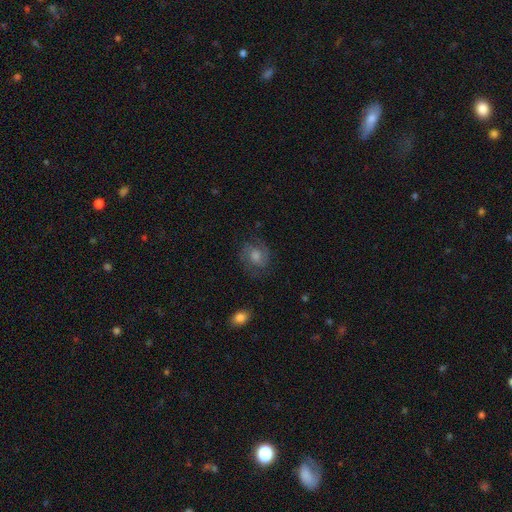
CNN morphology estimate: Smooth or featured: featured or disk — 61% (smooth — 26%)
Edge-on disk: no — 97% (yes — 3%)
Bar: no — 56% (weak — 37%)
Spiral arms: yes — 91% (no — 9%)
Spiral winding: medium — 47% (tight — 40%)
Spiral arm count: 2 — 75% (can't tell — 14%)
Bulge size: moderate — 52% (small — 23%)
Merging: none — 78% (minor disturbance — 14%)